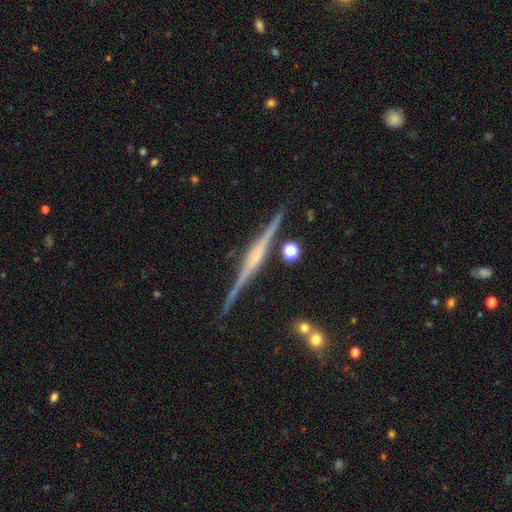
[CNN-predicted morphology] A featured or disk galaxy (85%) viewed edge-on (98%) with a rounded central bulge (53%). Merging: none (88%).